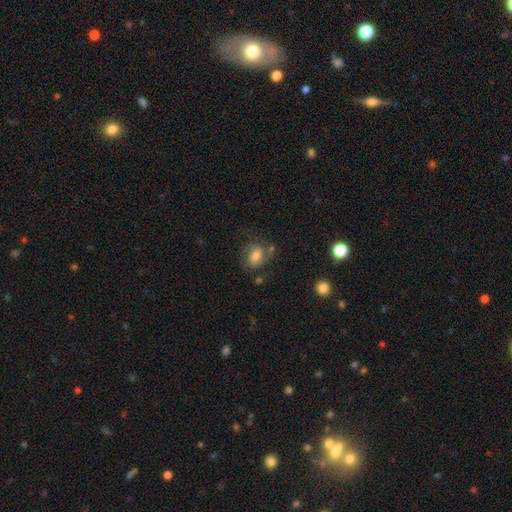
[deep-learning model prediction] A smooth galaxy with no disk features (52%) that is in between round and cigar-shaped (69%). Merging: none (51%).